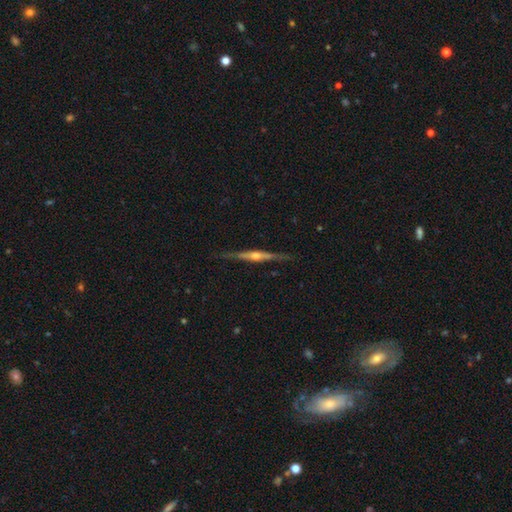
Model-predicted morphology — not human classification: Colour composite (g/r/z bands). It shows a featured or disk galaxy (83%) viewed edge-on (98%) with a rounded central bulge (89%). Merging: none (87%).